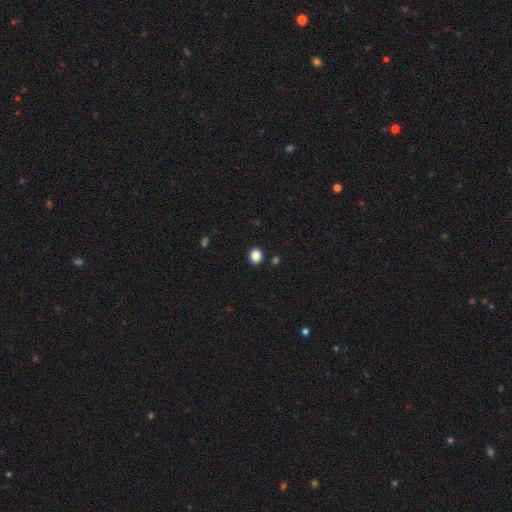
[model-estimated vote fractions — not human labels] Smooth or featured: smooth — 86% (star or artifact — 10%)
How rounded: round — 59% (in between — 40%)
Merging: none — 90% (minor disturbance — 6%)